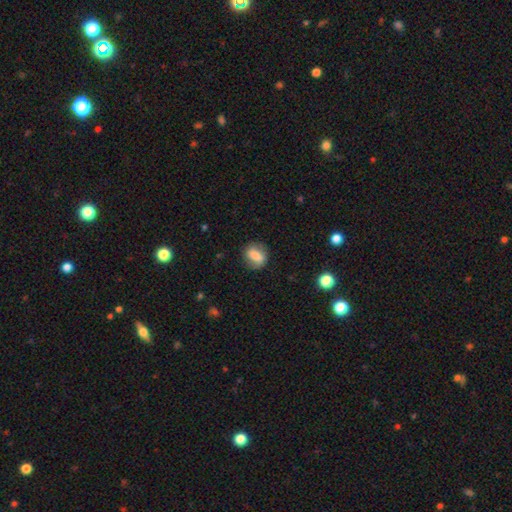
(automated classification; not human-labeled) Morphology: type=smooth (75%); roundness=in between (61%); merging=none (74%).